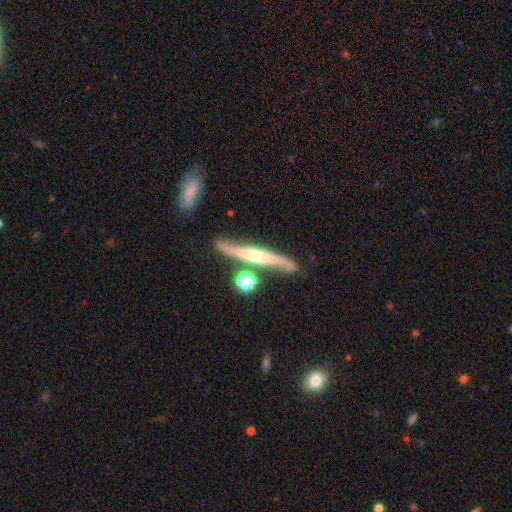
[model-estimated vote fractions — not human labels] featured or disk 75%, smooth 19%, star or artifact 6%. Down the decision tree: edge-on disk — yes (84%); edge-on bulge — rounded (82%); merging — none (71%).